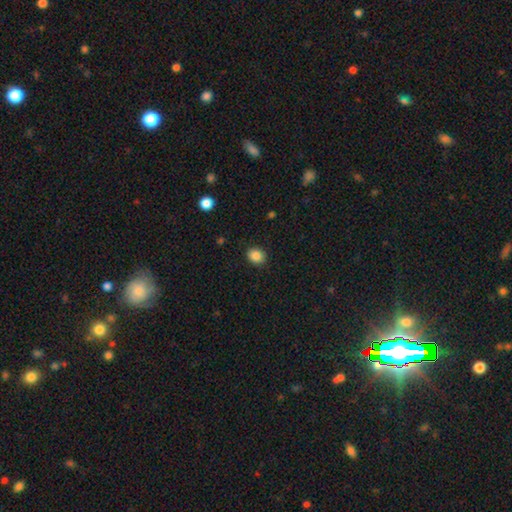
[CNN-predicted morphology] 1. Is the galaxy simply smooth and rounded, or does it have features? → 87% smooth, 9% star or artifact, 4% featured or disk.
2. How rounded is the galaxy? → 60% round, 39% in between, 1% cigar-shaped.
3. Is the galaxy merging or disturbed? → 89% none, 8% minor disturbance, 2% major disturbance, 1% merger.